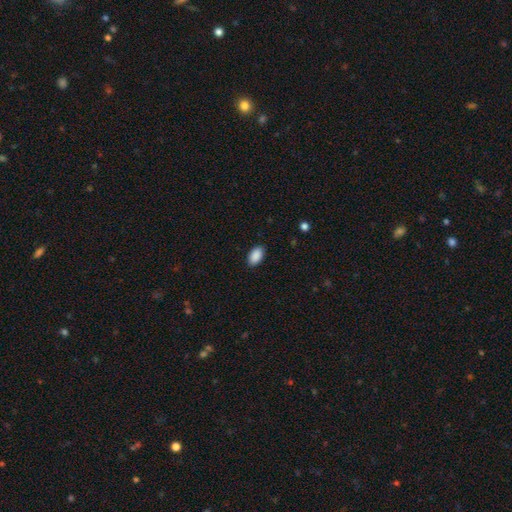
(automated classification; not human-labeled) Q: Smooth or featured?
A: smooth (91%); runner-up: star or artifact (7%)
Q: How rounded?
A: in between (94%); runner-up: round (4%)
Q: Merging?
A: none (89%); runner-up: minor disturbance (8%)